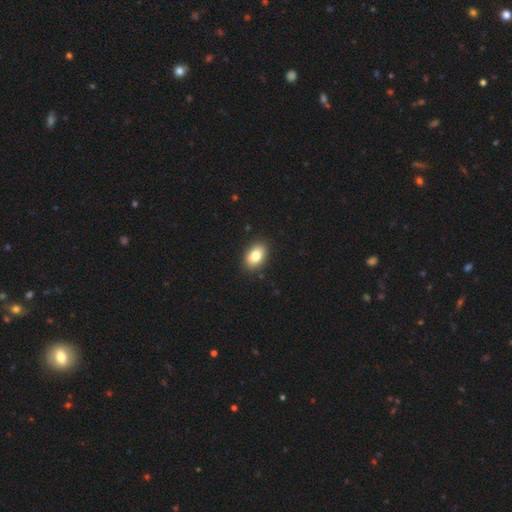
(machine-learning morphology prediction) smooth_or_featured: smooth (p=0.82) [alt: featured or disk p=0.10]
how_rounded: in between (p=0.87) [alt: round p=0.12]
merging: none (p=0.90) [alt: minor disturbance p=0.07]